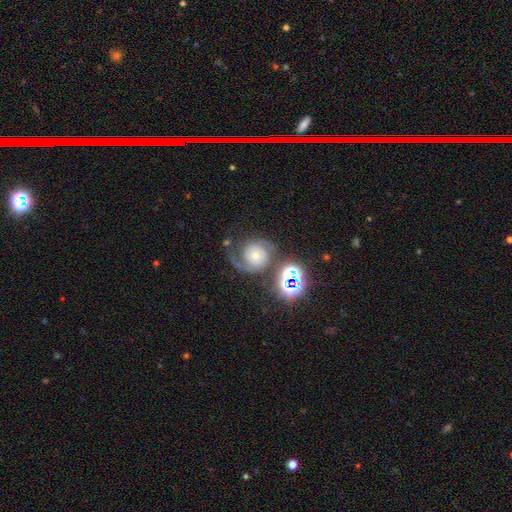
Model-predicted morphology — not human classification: smooth-or-featured: featured or disk: 74% | smooth: 13% | star or artifact: 13%
  disk-edge-on: no: 98% | yes: 2%
    bar: no: 76% | weak: 18% | strong: 6%
    has-spiral-arms: yes: 95% | no: 5%
      spiral-winding: medium: 46% | tight: 30% | loose: 23%
      spiral-arm-count: 2: 83% | 1: 8% | can't tell: 4% | 3: 2% | 4: 1% | more than 4: 1%
    bulge-size: small: 50% | moderate: 37% | large: 6% | dominant: 3% | none: 3%
  merging: none: 58% | minor disturbance: 18% | major disturbance: 16% | merger: 8%